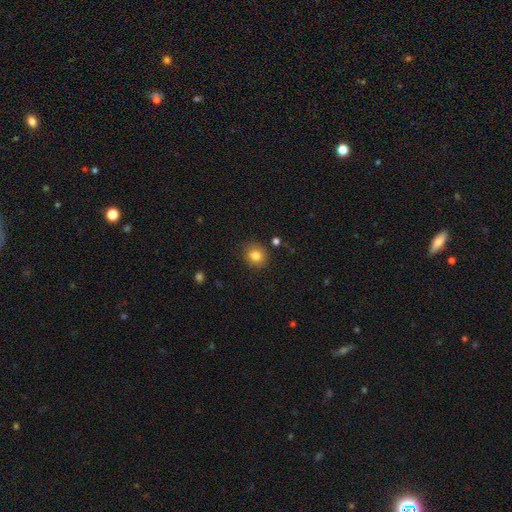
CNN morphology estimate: type=smooth (82%); roundness=round (81%); merging=none (82%).